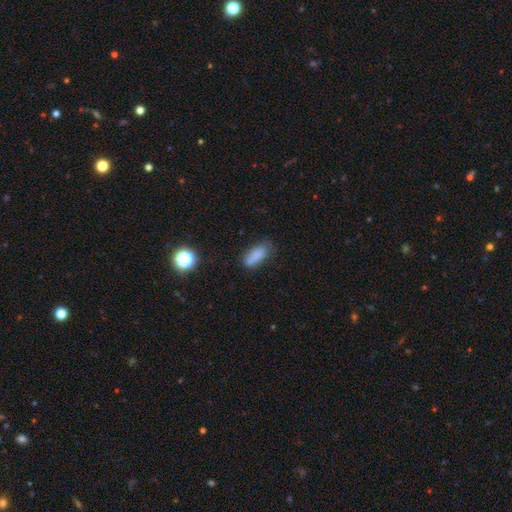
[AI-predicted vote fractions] Smooth or featured? Predicted: smooth (p=0.81). How rounded? Predicted: in between (p=0.73). Merging? Predicted: none (p=0.60).